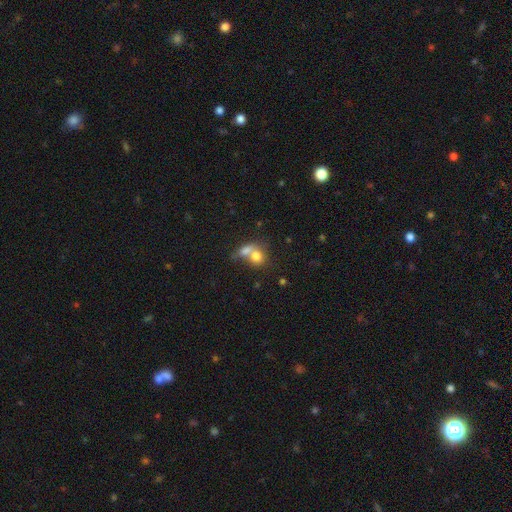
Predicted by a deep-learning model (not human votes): Overall: smooth (75%). How rounded: round (59%; in between 39%). Merging: merger (63%; none 24%).